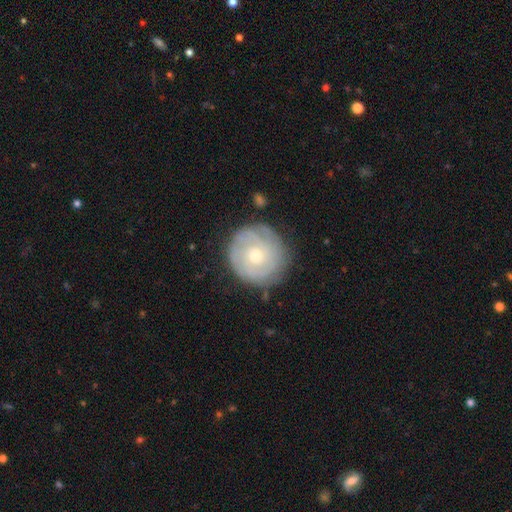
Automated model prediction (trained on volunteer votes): Smooth or featured?
  - featured or disk: 72% *
  - smooth: 22%
  - star or artifact: 6%
Edge-on disk?
  - no: 98% *
  - yes: 2%
Bar?
  - no: 82% *
  - weak: 15%
  - strong: 3%
Spiral arms?
  - yes: 89% *
  - no: 11%
Spiral winding?
  - tight: 79% *
  - medium: 16%
  - loose: 4%
Spiral arm count?
  - can't tell: 43% *
  - 3: 19%
  - 2: 16%
  - 4: 10%
  - 1: 6%
  - more than 4: 6%
Bulge size?
  - small: 51% *
  - moderate: 46%
  - large: 2%
  - none: 1%
  - dominant: 1%
Merging?
  - none: 81% *
  - minor disturbance: 13%
  - major disturbance: 4%
  - merger: 1%